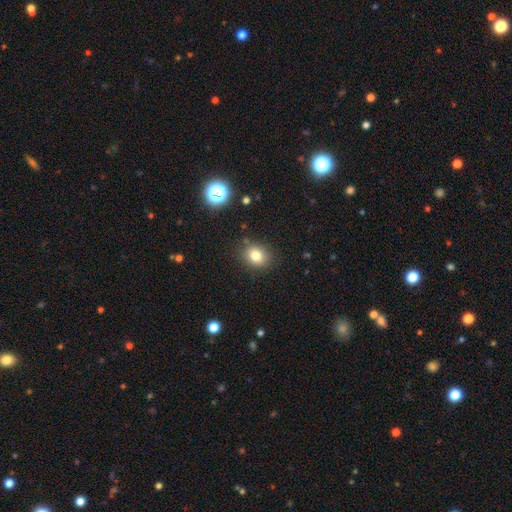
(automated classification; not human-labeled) This is likely a smooth galaxy (79%). How rounded: possibly round (58%). Merging: clearly none (84%).